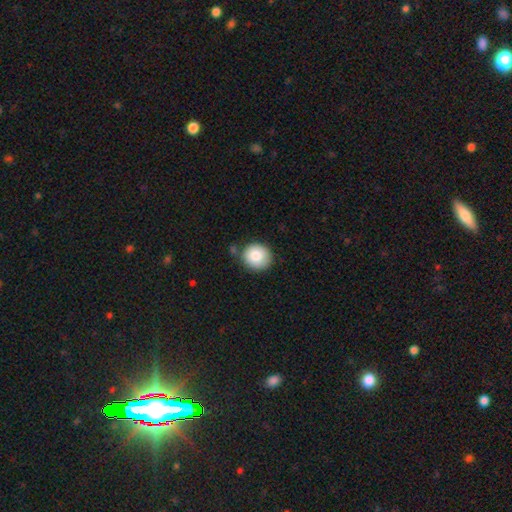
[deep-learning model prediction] Smooth or featured?
  - smooth: 84% *
  - star or artifact: 8%
  - featured or disk: 8%
How rounded?
  - round: 88% *
  - in between: 11%
  - cigar-shaped: 1%
Merging?
  - none: 78% *
  - minor disturbance: 14%
  - merger: 6%
  - major disturbance: 3%